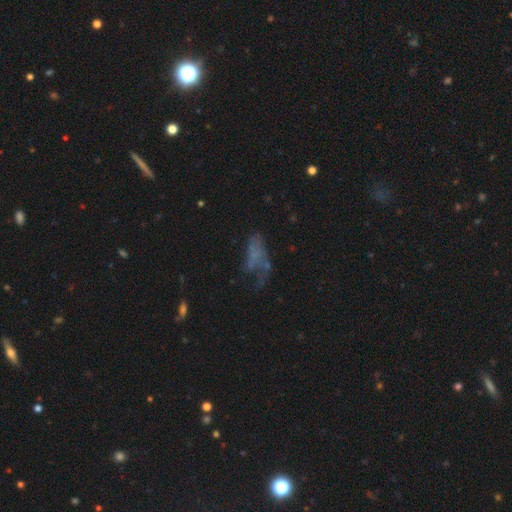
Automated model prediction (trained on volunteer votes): Smooth or featured?
  - smooth: 42% *
  - featured or disk: 39%
  - star or artifact: 19%
Merging?
  - major disturbance: 45% *
  - none: 28%
  - minor disturbance: 19%
  - merger: 8%